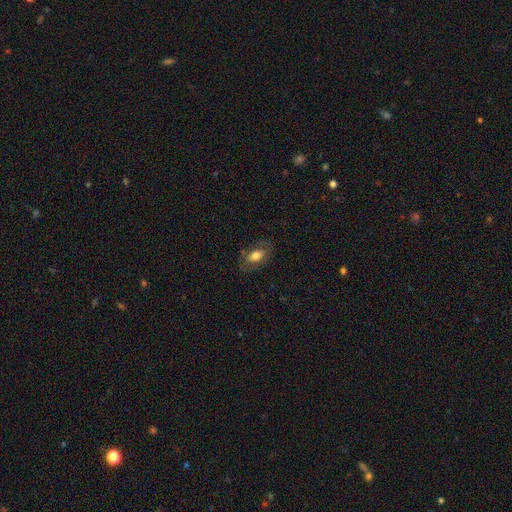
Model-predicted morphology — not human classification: type=smooth (61%); roundness=in between (89%); merging=none (74%).